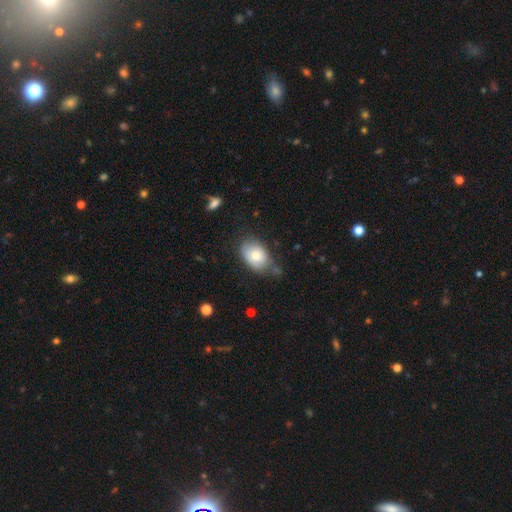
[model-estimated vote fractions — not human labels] A smooth galaxy with no disk features (75%) that is in between round and cigar-shaped (85%).

Vote fractions:
- Smooth or featured? smooth: 75% / featured or disk: 18% / star or artifact: 7%
- How rounded? in between: 85% / round: 14% / cigar-shaped: 1%
- Merging? none: 61% / minor disturbance: 28% / major disturbance: 7% / merger: 5%